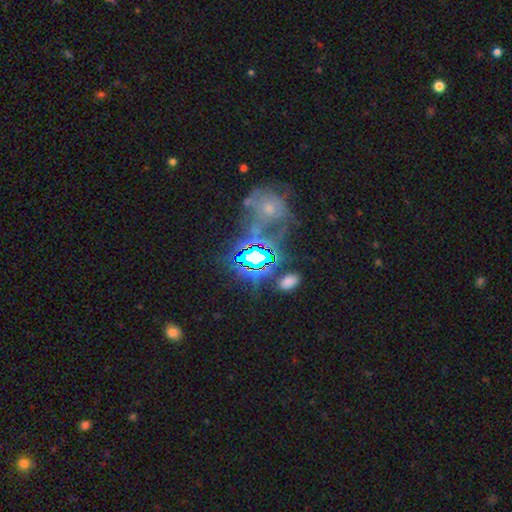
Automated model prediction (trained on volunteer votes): Q: Smooth or featured?
A: star or artifact (67%); runner-up: smooth (17%)